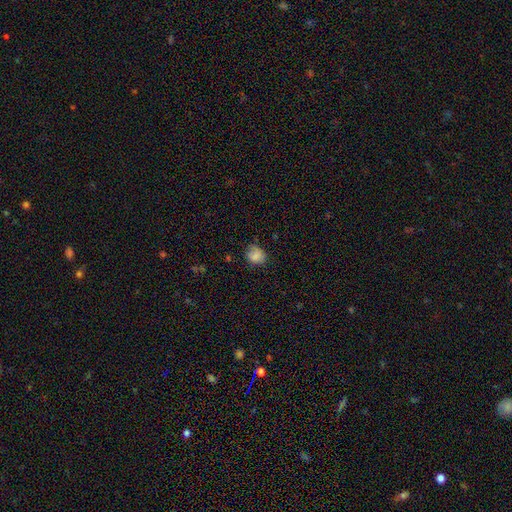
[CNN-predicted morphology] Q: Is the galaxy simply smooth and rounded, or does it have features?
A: smooth — 81%.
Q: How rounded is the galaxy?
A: round — 61%.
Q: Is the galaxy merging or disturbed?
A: none — 63%.